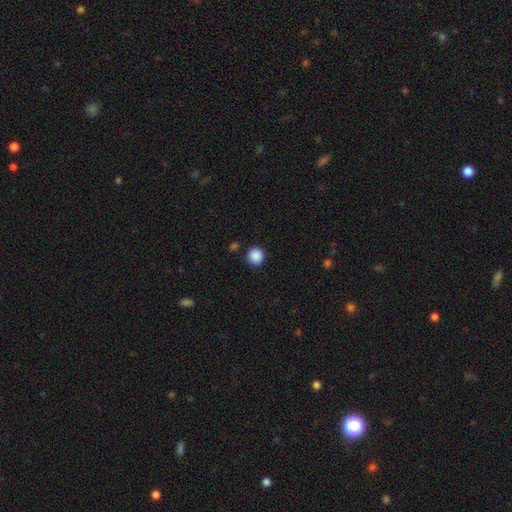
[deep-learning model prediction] This appears to be a smooth galaxy with no disk features (88%) that is round (93%). Merging: none (89%).